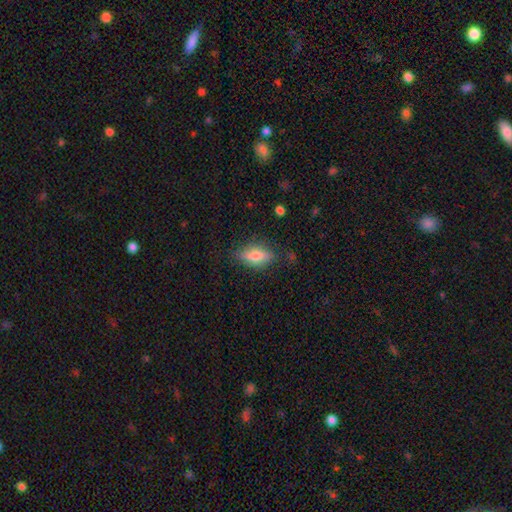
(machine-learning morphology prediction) The model was most divided on "smooth or featured": smooth: 63%, featured or disk: 29%, star or artifact: 8%. More confident: merging — none (78%); how rounded — in between (72%).